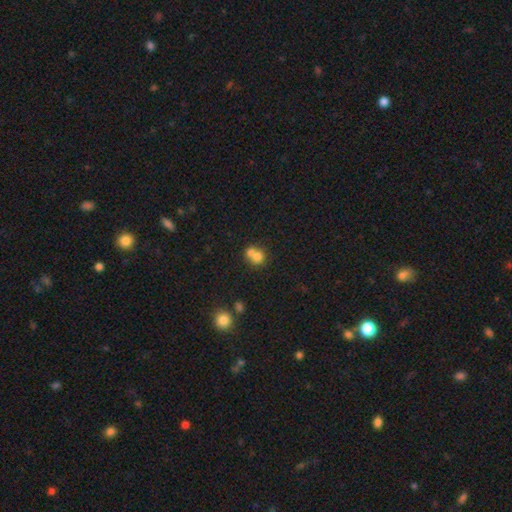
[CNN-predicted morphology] Smooth or featured: smooth — 72% (featured or disk — 17%)
How rounded: round — 78% (in between — 22%)
Merging: merger — 60% (none — 31%)